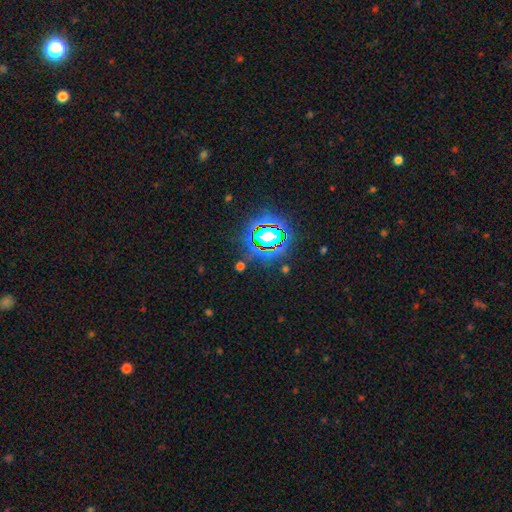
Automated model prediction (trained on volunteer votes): Q: Smooth or featured?
A: star or artifact (82%); runner-up: smooth (11%)